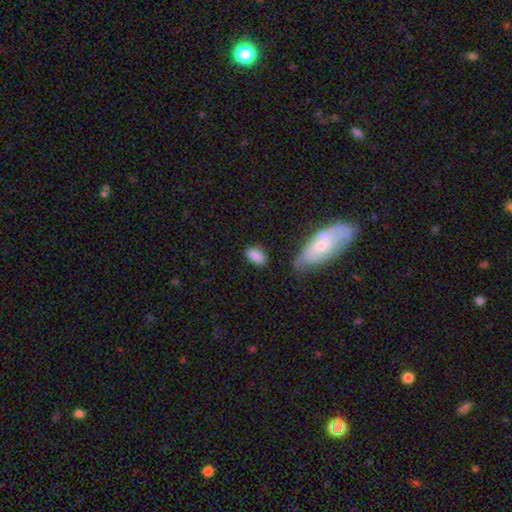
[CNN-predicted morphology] type=smooth (86%); roundness=in between (92%); merging=none (73%).